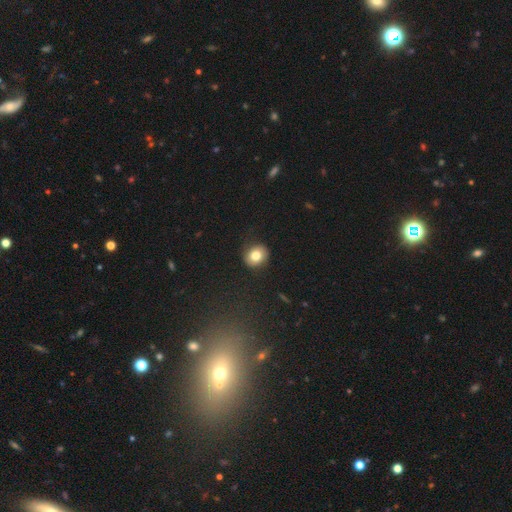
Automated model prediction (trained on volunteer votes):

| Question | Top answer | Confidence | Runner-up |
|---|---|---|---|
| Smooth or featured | smooth | 78% | featured or disk (12%) |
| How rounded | round | 73% | in between (26%) |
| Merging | none | 85% | minor disturbance (11%) |